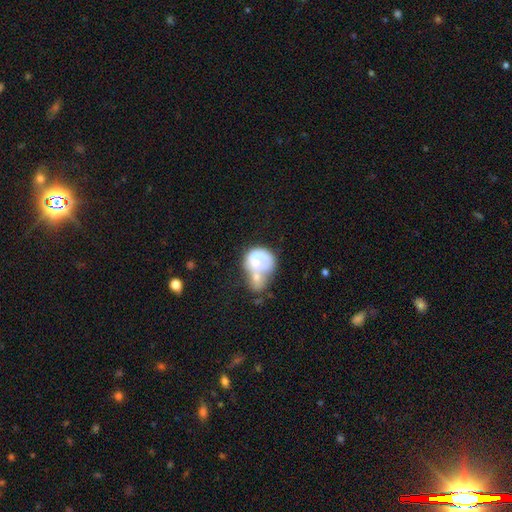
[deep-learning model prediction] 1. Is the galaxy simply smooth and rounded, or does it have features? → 51% featured or disk, 38% smooth, 11% star or artifact.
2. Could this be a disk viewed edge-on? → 97% no, 3% yes.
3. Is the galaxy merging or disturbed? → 59% merger, 18% major disturbance, 13% none, 9% minor disturbance.